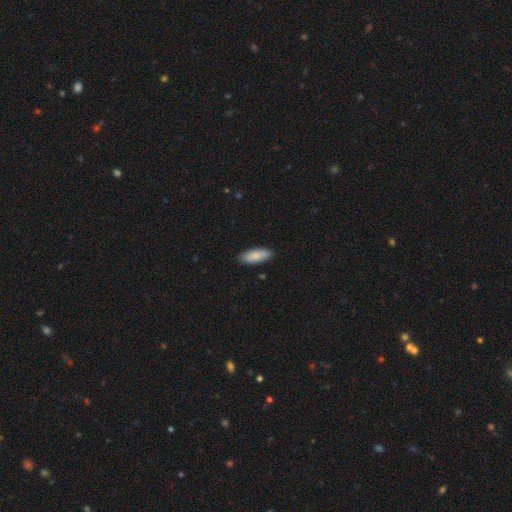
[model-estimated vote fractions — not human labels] Morphology: type=smooth (86%); roundness=in between (70%); merging=none (88%).